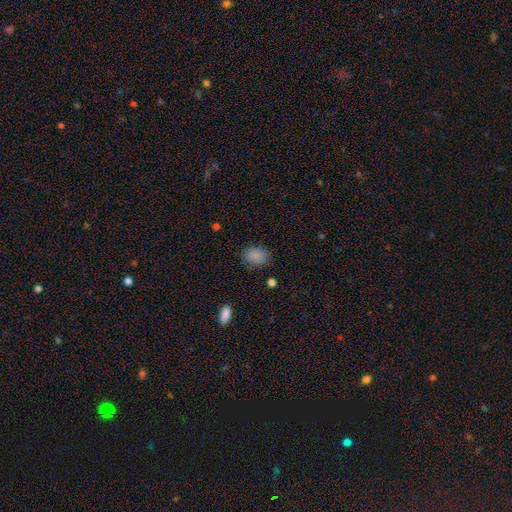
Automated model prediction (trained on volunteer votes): A smooth galaxy with no disk features (86%) that is in between round and cigar-shaped (61%). Merging: none (82%).